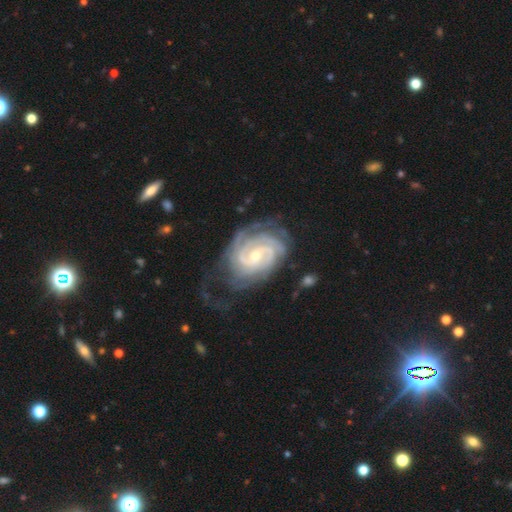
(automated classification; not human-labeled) Q: Smooth or featured?
A: featured or disk (91%); runner-up: smooth (4%)
Q: Edge-on disk?
A: no (97%); runner-up: yes (3%)
Q: Bar?
A: weak (45%); runner-up: no (40%)
Q: Spiral arms?
A: yes (98%); runner-up: no (2%)
Q: Spiral winding?
A: tight (75%); runner-up: medium (22%)
Q: Spiral arm count?
A: 2 (35%); runner-up: can't tell (21%)
Q: Bulge size?
A: small (50%); runner-up: moderate (46%)
Q: Merging?
A: none (61%); runner-up: minor disturbance (22%)